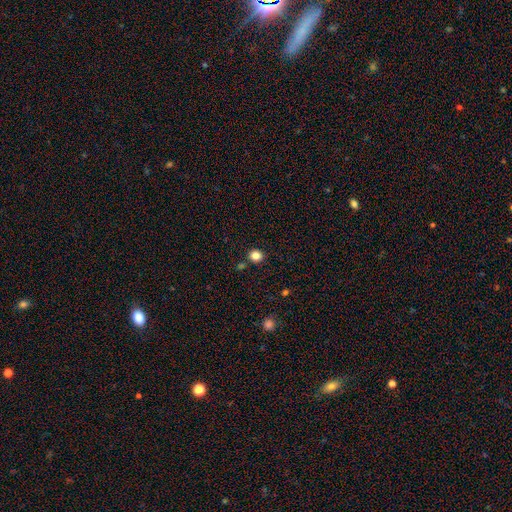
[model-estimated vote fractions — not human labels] This appears to be a smooth galaxy with no disk features (84%) that is round (82%). Merging: none (85%).